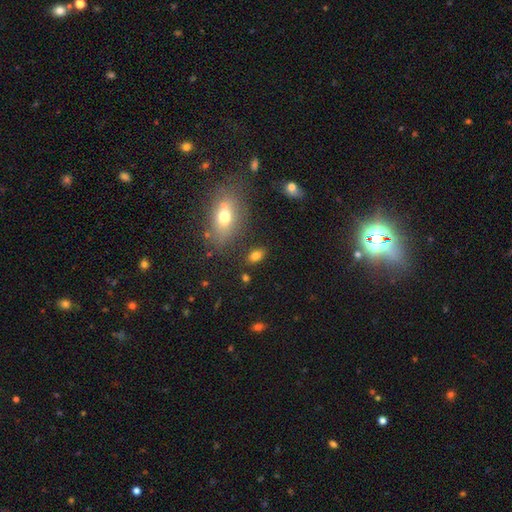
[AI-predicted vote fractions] smooth_or_featured: smooth (p=0.79) [alt: star or artifact p=0.12]
how_rounded: in between (p=0.87) [alt: round p=0.10]
merging: none (p=0.81) [alt: minor disturbance p=0.11]